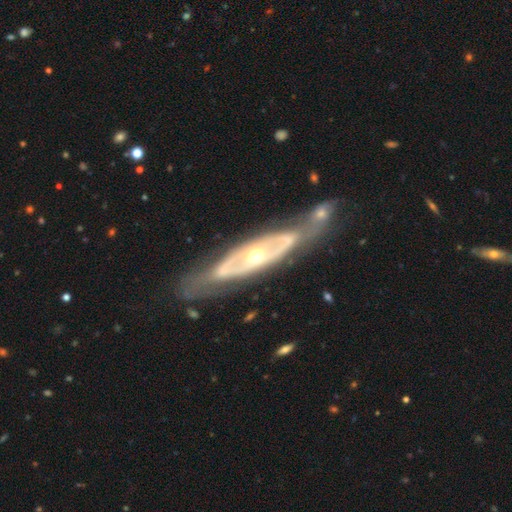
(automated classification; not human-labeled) A featured or disk galaxy (81%) with no bar (71%), no spiral arms (50%, tied with yes) and a moderate central bulge (61%). Merging: none (59%).